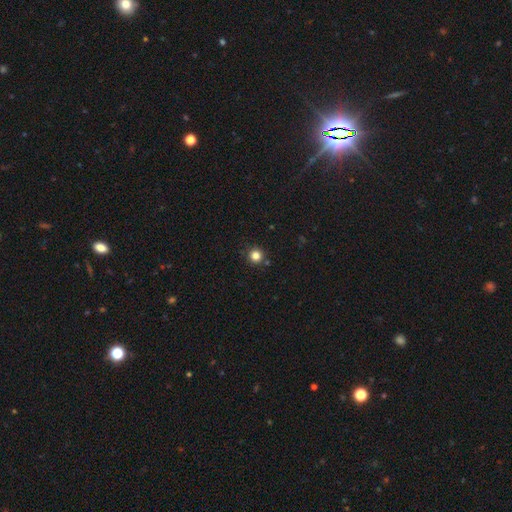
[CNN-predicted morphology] The model was most divided on "smooth or featured": smooth: 83%, star or artifact: 13%, featured or disk: 4%. More confident: how rounded — round (96%); merging — none (90%).